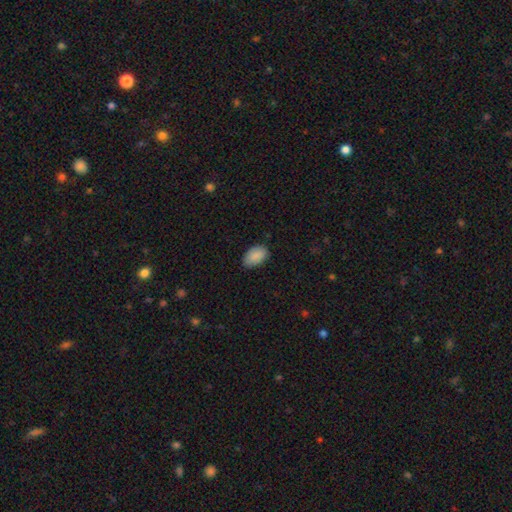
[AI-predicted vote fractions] Smooth or featured? smooth (89%)
How rounded? in between (92%)
Merging? none (80%)